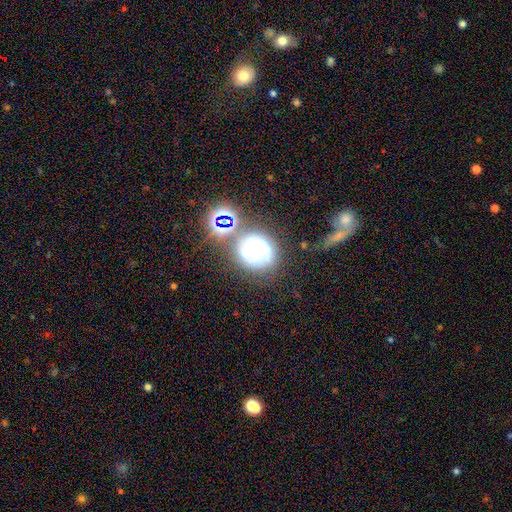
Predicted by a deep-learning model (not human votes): This appears to be a featured or disk galaxy (45%). Merging: none (47%).